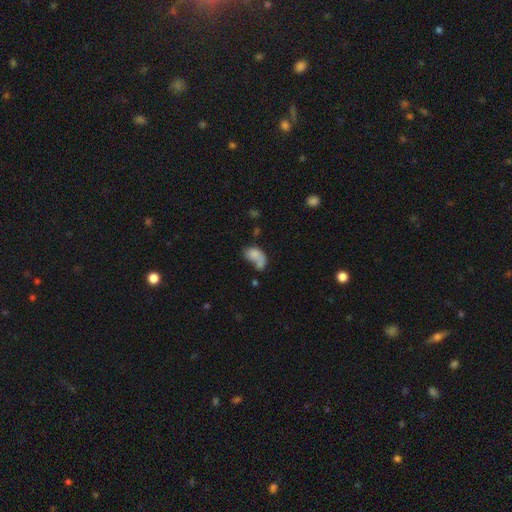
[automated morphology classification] type=smooth (69%); roundness=in between (83%); merging=merger (39%).